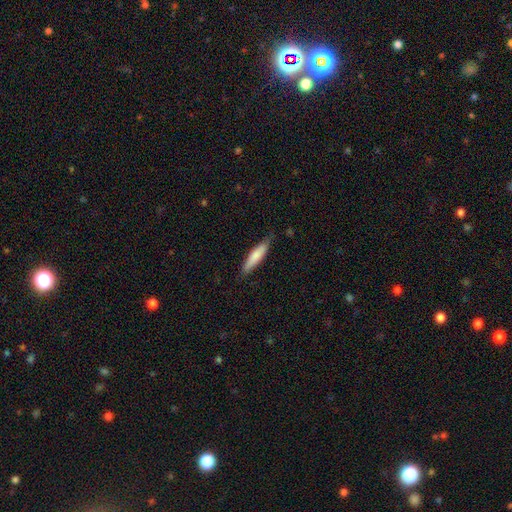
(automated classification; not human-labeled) The model was most divided on "smooth or featured": smooth: 76%, featured or disk: 19%, star or artifact: 5%. More confident: merging — none (79%); how rounded — cigar-shaped (79%).